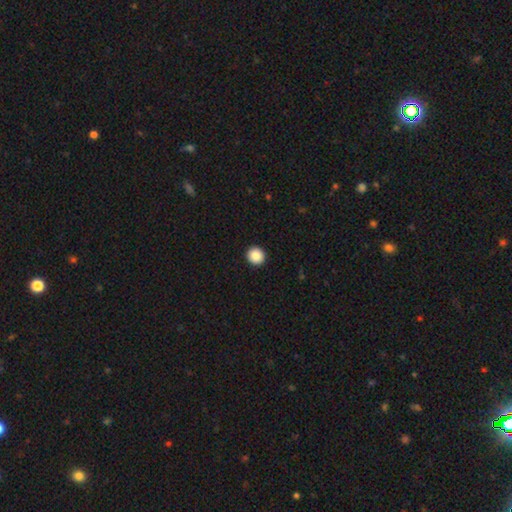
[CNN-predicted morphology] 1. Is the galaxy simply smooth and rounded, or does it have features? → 88% smooth, 9% star or artifact, 3% featured or disk.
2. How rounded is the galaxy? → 93% round, 6% in between, 1% cigar-shaped.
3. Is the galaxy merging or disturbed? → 94% none, 4% minor disturbance, 1% major disturbance, 1% merger.